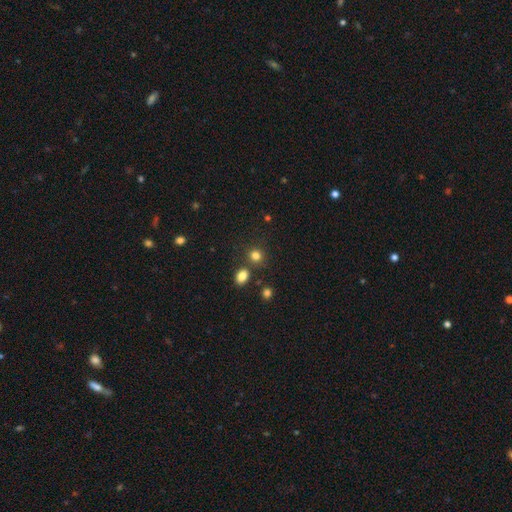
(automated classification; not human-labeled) Overall: smooth (81%). How rounded: round (78%). Merging: none (74%).